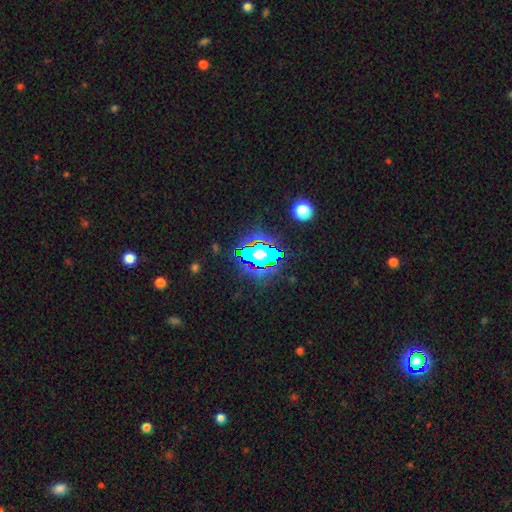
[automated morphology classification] Smooth or featured?
  - star or artifact: 78% *
  - smooth: 13%
  - featured or disk: 9%